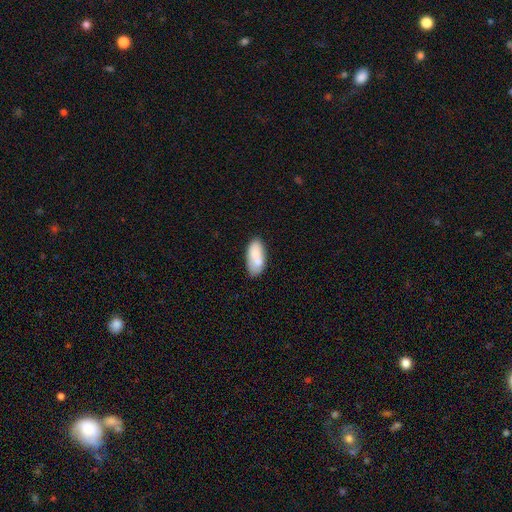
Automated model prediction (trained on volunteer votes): Smooth or featured?
  - smooth: 75% *
  - featured or disk: 18%
  - star or artifact: 7%
How rounded?
  - in between: 90% *
  - cigar-shaped: 8%
  - round: 2%
Merging?
  - none: 61% *
  - minor disturbance: 20%
  - merger: 14%
  - major disturbance: 5%